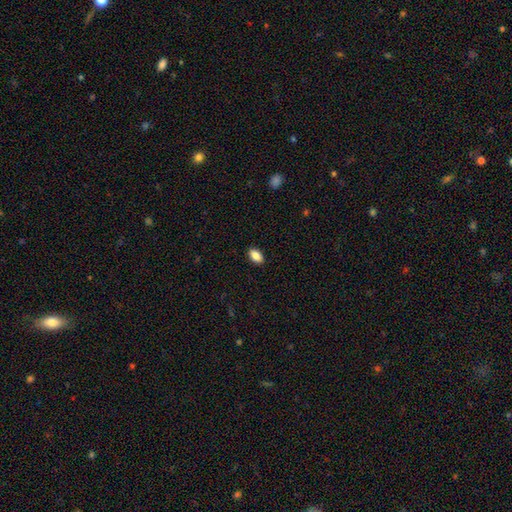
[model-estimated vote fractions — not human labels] smooth-or-featured: smooth: 87% | star or artifact: 8% | featured or disk: 5%
  how-rounded: in between: 91% | round: 6% | cigar-shaped: 2%
  merging: none: 90% | minor disturbance: 7% | major disturbance: 2% | merger: 1%